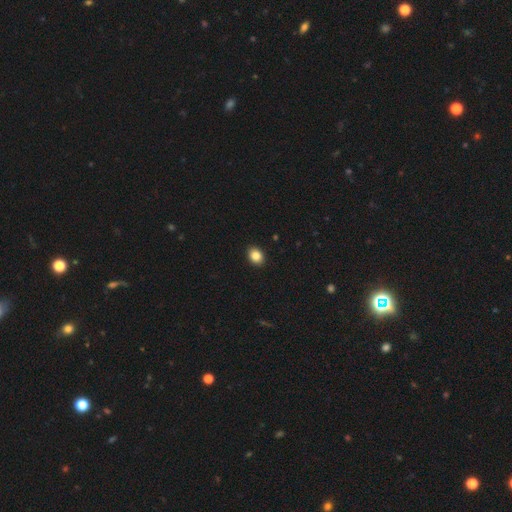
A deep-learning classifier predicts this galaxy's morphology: Smooth or featured? smooth (86%)
How rounded? in between (61%)
Merging? none (91%)